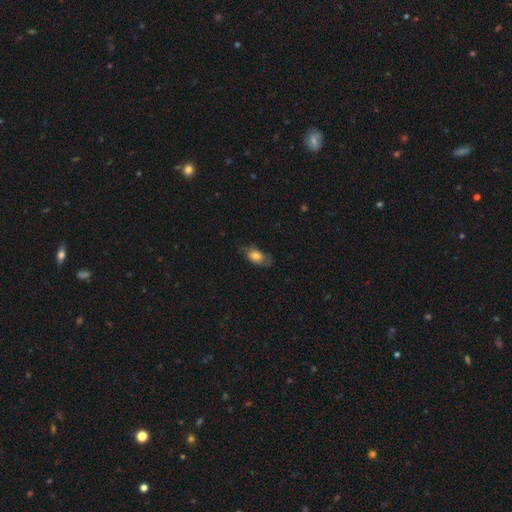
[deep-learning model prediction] A smooth galaxy with no disk features (72%) that is in between round and cigar-shaped (86%).

Vote fractions:
- Smooth or featured? smooth: 72% / featured or disk: 20% / star or artifact: 8%
- How rounded? in between: 86% / round: 8% / cigar-shaped: 6%
- Merging? none: 65% / minor disturbance: 25% / major disturbance: 9% / merger: 1%